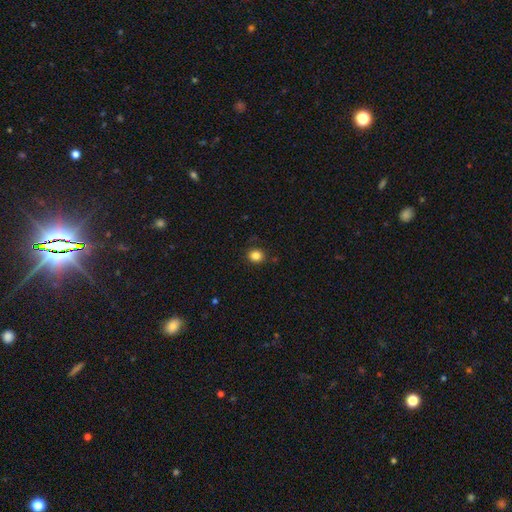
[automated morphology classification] Q: Smooth or featured?
A: smooth (84%); runner-up: star or artifact (12%)
Q: How rounded?
A: round (84%); runner-up: in between (15%)
Q: Merging?
A: none (89%); runner-up: minor disturbance (8%)